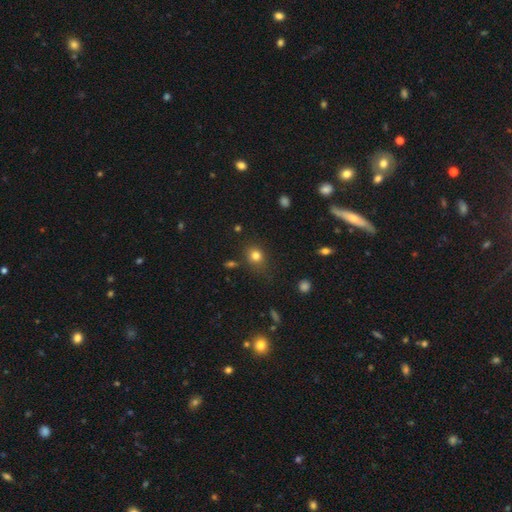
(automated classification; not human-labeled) Q: Smooth or featured?
A: smooth (79%); runner-up: star or artifact (13%)
Q: How rounded?
A: round (71%); runner-up: in between (28%)
Q: Merging?
A: none (75%); runner-up: minor disturbance (16%)